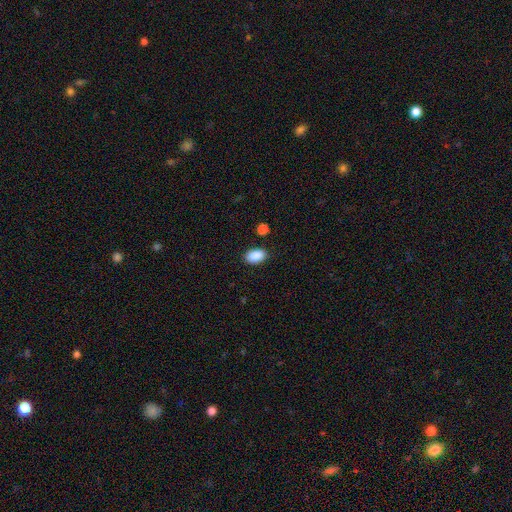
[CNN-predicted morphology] Q: Smooth or featured?
A: smooth (90%); runner-up: star or artifact (7%)
Q: How rounded?
A: in between (91%); runner-up: round (7%)
Q: Merging?
A: none (85%); runner-up: minor disturbance (10%)